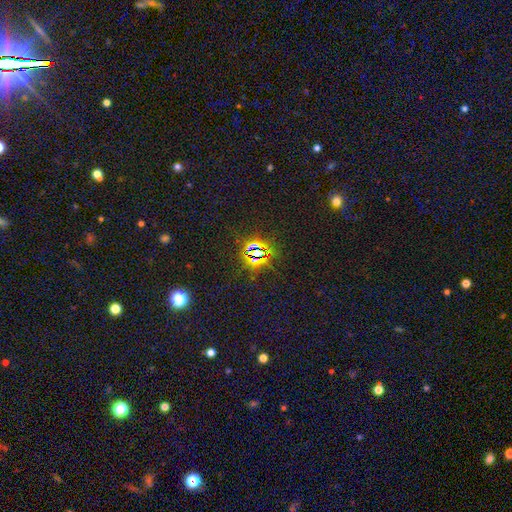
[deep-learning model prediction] Smooth or featured: star or artifact — 81% (smooth — 11%)